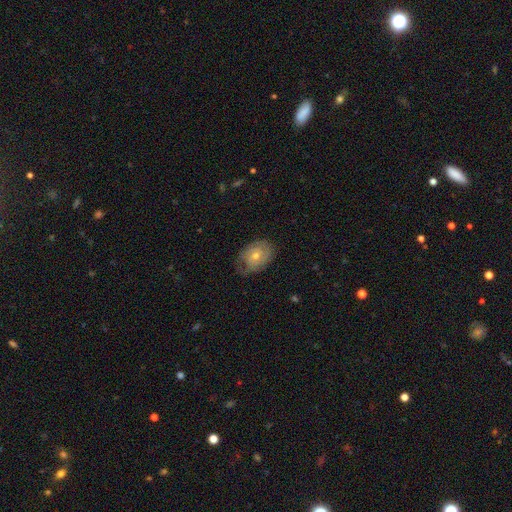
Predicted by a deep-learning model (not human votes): This appears to be a featured or disk galaxy (49%). Merging: none (65%).